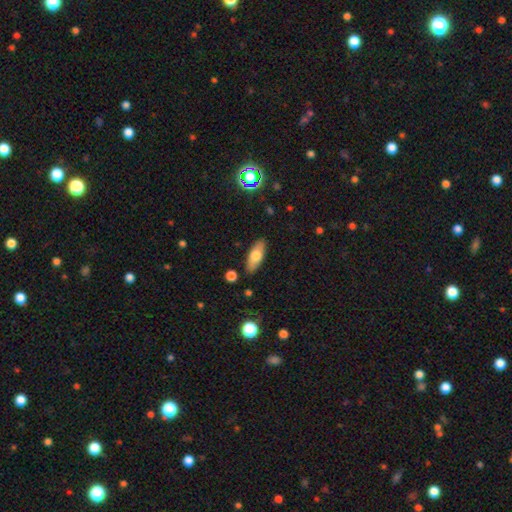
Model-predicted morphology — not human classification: Smooth or featured?
  - smooth: 69% *
  - featured or disk: 24%
  - star or artifact: 7%
How rounded?
  - in between: 75% *
  - cigar-shaped: 22%
  - round: 3%
Merging?
  - none: 87% *
  - minor disturbance: 10%
  - major disturbance: 2%
  - merger: 2%